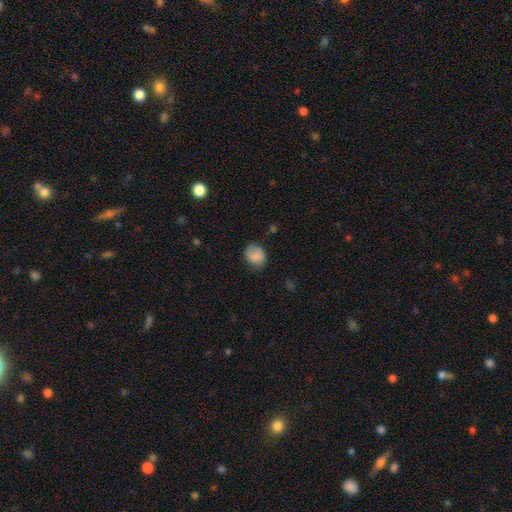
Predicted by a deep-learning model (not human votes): Smooth or featured? Predicted: smooth (p=0.82). How rounded? Predicted: round (p=0.58). Merging? Predicted: none (p=0.65).